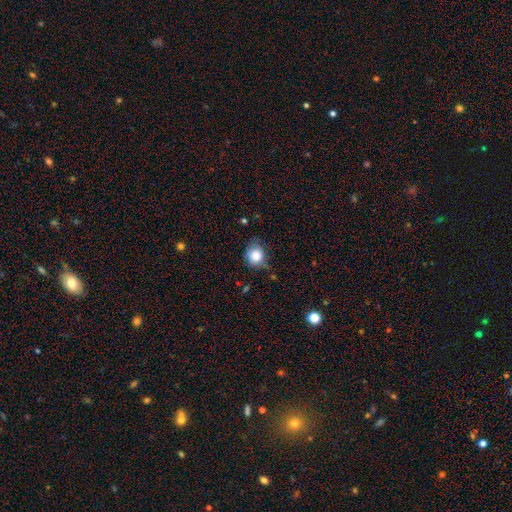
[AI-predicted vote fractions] smooth 84%, star or artifact 9%, featured or disk 7%. Down the decision tree: how rounded — round (72%); merging — none (61%).